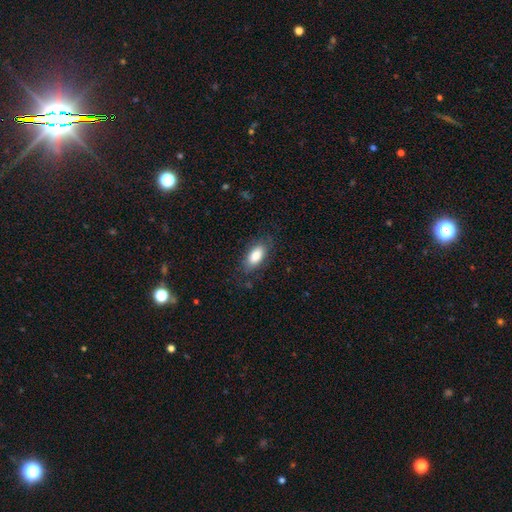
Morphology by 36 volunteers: A smooth galaxy with no disk features (83%) that is in between round and cigar-shaped (87%). Merging: none (80%).